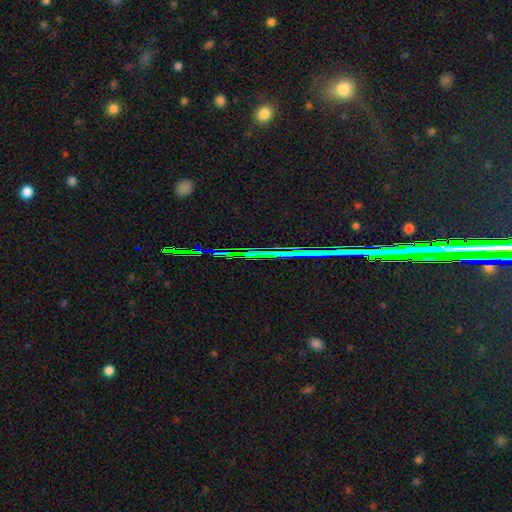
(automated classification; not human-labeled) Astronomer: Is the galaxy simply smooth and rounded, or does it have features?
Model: star or artifact — 79%.